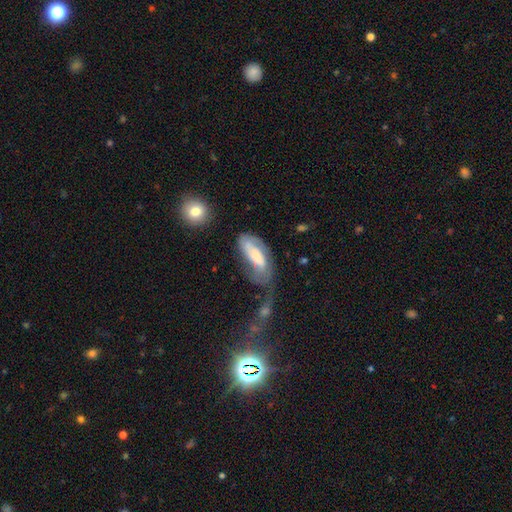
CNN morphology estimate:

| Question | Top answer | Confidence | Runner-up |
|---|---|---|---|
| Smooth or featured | featured or disk | 52% | smooth (41%) |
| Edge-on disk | no | 89% | yes (11%) |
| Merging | none | 31% | major disturbance (30%) |